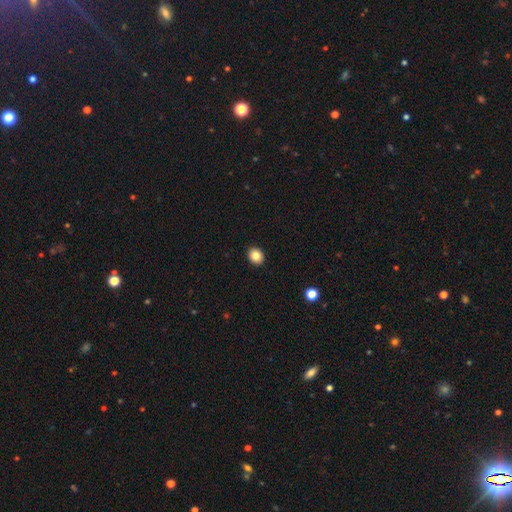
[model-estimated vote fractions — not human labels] Smooth or featured: smooth — 85% (star or artifact — 10%)
How rounded: round — 58% (in between — 41%)
Merging: none — 92% (minor disturbance — 6%)